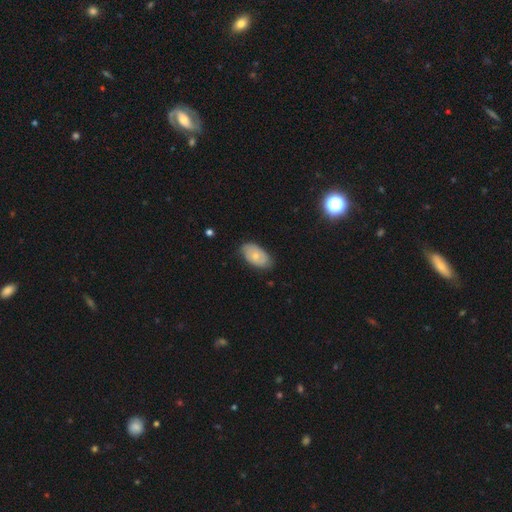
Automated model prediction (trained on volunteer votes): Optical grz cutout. It shows a smooth galaxy with no disk features (54%) that is in between round and cigar-shaped (93%). Merging: none (75%).